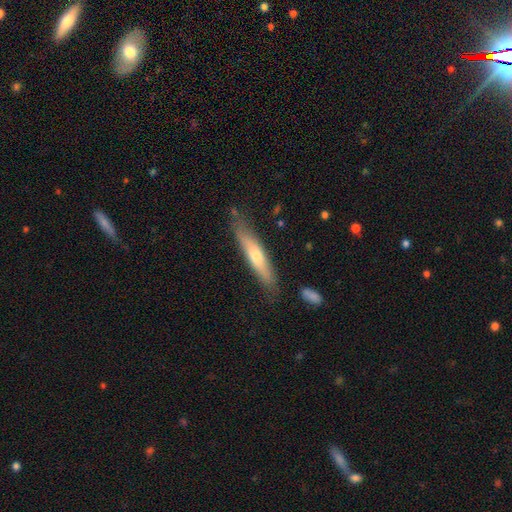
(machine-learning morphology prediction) type=smooth (53%); roundness=cigar-shaped (85%); merging=none (77%).